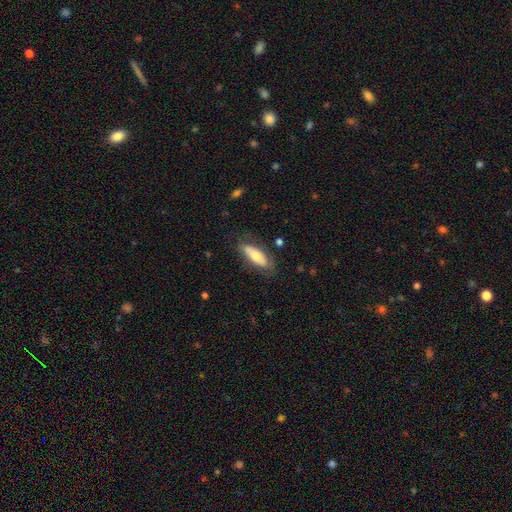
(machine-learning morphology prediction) Smooth or featured: smooth — 63% (featured or disk — 31%)
How rounded: in between — 68% (cigar-shaped — 30%)
Merging: none — 71% (minor disturbance — 20%)